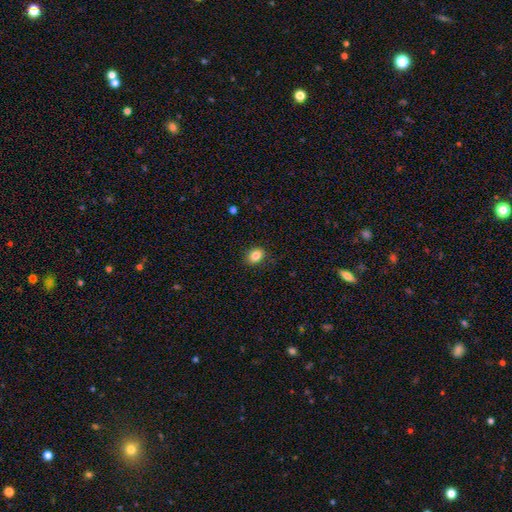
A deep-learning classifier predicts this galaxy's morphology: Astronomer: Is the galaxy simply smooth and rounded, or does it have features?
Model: smooth — 85%.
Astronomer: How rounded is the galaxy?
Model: in between — 65%.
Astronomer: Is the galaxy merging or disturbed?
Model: none — 85%.